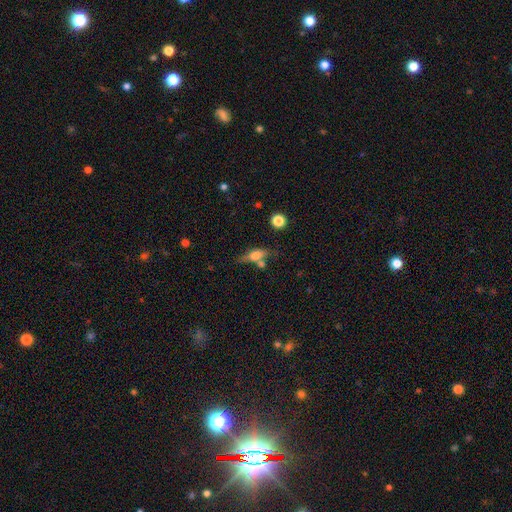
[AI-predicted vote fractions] smooth 54%, featured or disk 37%, star or artifact 10%. Down the decision tree: how rounded — in between (49%); merging — none (56%).